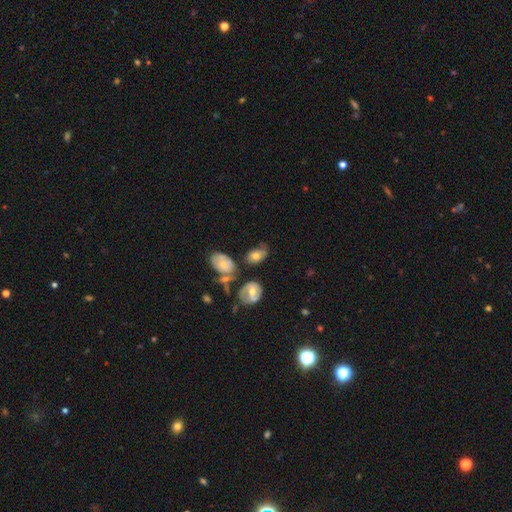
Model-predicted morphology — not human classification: smooth_or_featured: smooth (p=0.62) [alt: featured or disk p=0.29]
how_rounded: in between (p=0.81) [alt: round p=0.17]
merging: none (p=0.47) [alt: minor disturbance p=0.24]